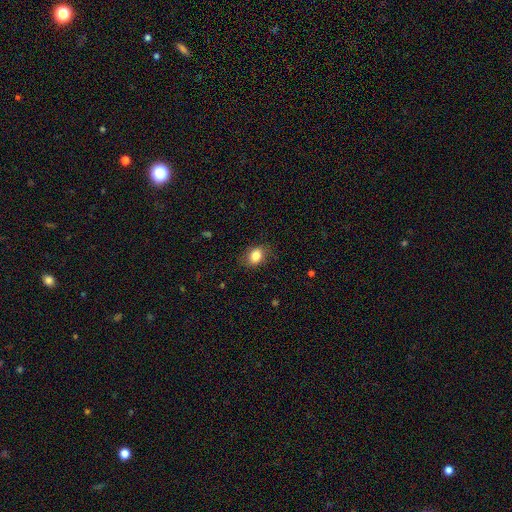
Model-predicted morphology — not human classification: type=smooth (83%); roundness=in between (68%); merging=none (78%).